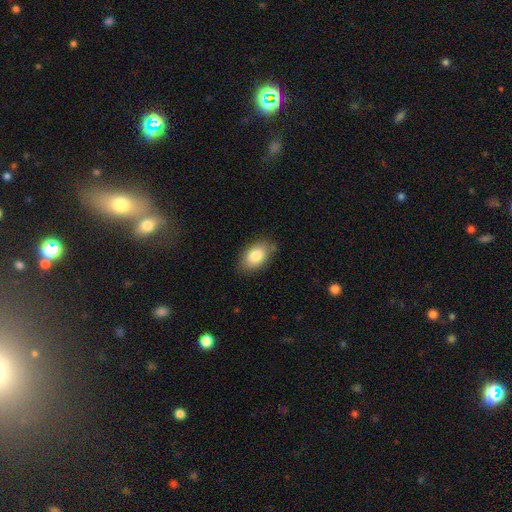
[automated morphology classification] smooth_or_featured: smooth (p=0.83) [alt: featured or disk p=0.10]
how_rounded: in between (p=0.91) [alt: round p=0.08]
merging: none (p=0.81) [alt: minor disturbance p=0.15]